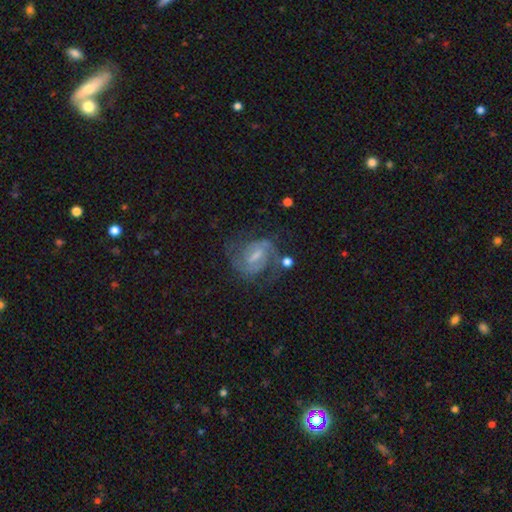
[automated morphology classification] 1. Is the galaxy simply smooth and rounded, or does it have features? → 80% featured or disk, 12% smooth, 7% star or artifact.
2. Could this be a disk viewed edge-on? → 97% no, 3% yes.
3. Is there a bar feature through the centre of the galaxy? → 53% weak, 32% strong, 15% no.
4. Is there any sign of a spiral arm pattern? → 93% yes, 7% no.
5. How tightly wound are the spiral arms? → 50% medium, 35% tight, 15% loose.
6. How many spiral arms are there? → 78% 2, 11% can't tell, 5% 3, 3% 1, 2% 4, 2% more than 4.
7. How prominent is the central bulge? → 41% small, 32% moderate, 20% none, 5% large, 1% dominant.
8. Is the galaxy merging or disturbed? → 59% none, 20% minor disturbance, 15% major disturbance, 5% merger.